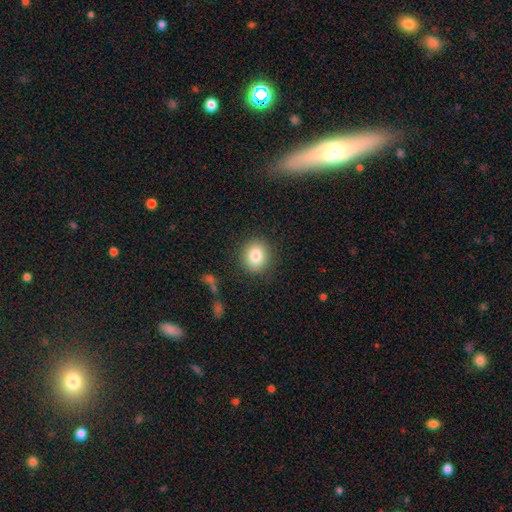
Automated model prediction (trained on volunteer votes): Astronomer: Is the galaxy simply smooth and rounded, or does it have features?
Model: smooth — 83%.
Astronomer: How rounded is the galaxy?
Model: round — 79%.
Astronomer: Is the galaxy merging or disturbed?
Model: none — 87%.